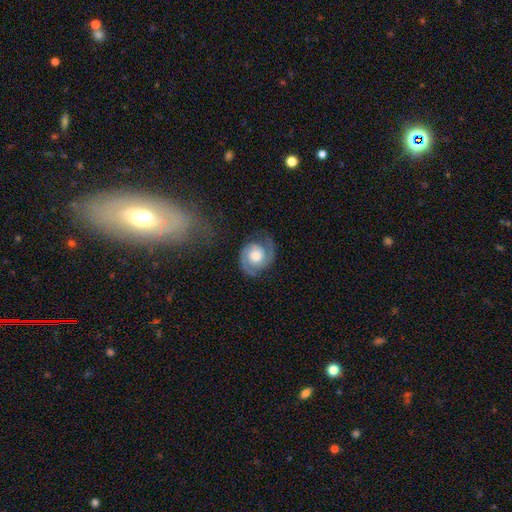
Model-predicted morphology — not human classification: Smooth or featured?
  - featured or disk: 84% *
  - smooth: 11%
  - star or artifact: 5%
Edge-on disk?
  - no: 98% *
  - yes: 2%
Bar?
  - no: 73% *
  - weak: 23%
  - strong: 4%
Spiral arms?
  - yes: 97% *
  - no: 3%
Spiral winding?
  - tight: 52% *
  - medium: 39%
  - loose: 10%
Spiral arm count?
  - 2: 85% *
  - 1: 6%
  - can't tell: 4%
  - 3: 2%
  - 4: 1%
  - more than 4: 1%
Bulge size?
  - moderate: 59% *
  - large: 25%
  - small: 11%
  - dominant: 2%
  - none: 2%
Merging?
  - none: 71% *
  - minor disturbance: 18%
  - major disturbance: 9%
  - merger: 2%